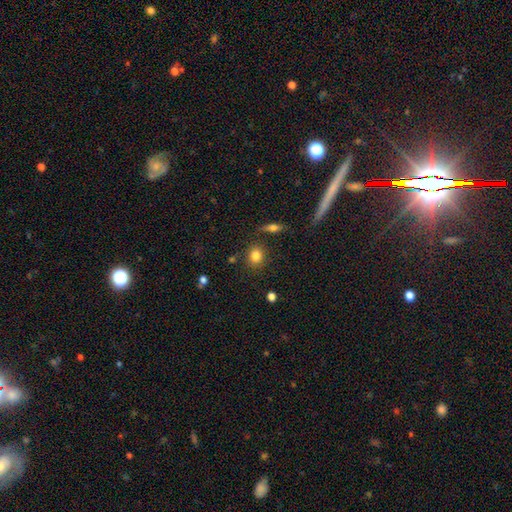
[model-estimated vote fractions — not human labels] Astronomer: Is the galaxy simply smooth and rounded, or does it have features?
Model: smooth — 83%.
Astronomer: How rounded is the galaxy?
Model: round — 71%.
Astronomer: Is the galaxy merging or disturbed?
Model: none — 81%.